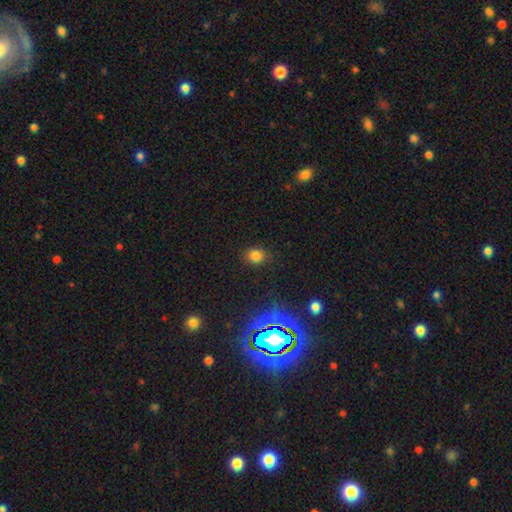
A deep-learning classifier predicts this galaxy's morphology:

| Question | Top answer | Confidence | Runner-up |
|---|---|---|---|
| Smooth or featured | smooth | 77% | star or artifact (17%) |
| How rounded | round | 69% | in between (30%) |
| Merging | none | 85% | minor disturbance (10%) |